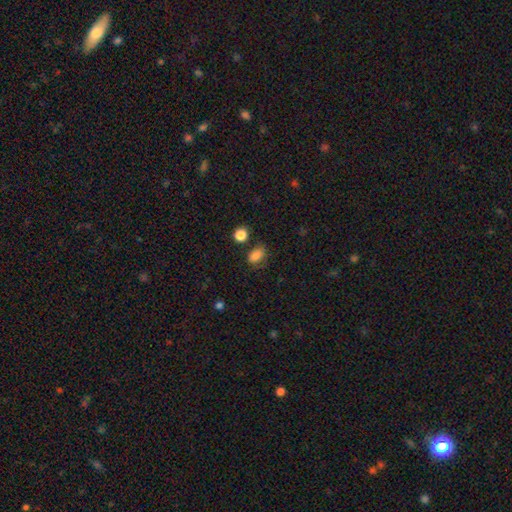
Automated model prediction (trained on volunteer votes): smooth 83%, star or artifact 11%, featured or disk 6%. Down the decision tree: how rounded — in between (80%); merging — none (65%).